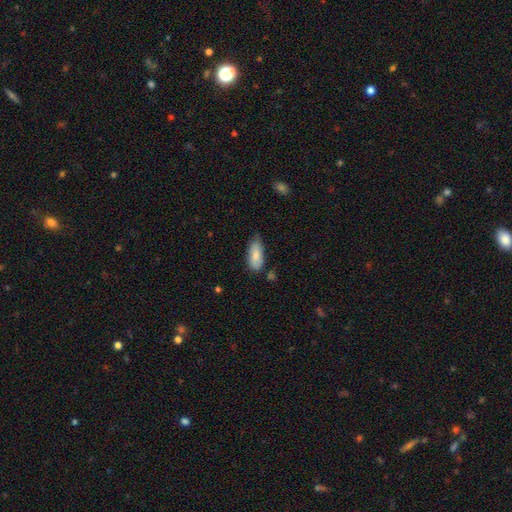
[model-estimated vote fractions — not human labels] smooth 80%, featured or disk 14%, star or artifact 6%. Down the decision tree: how rounded — in between (86%); merging — none (56%).